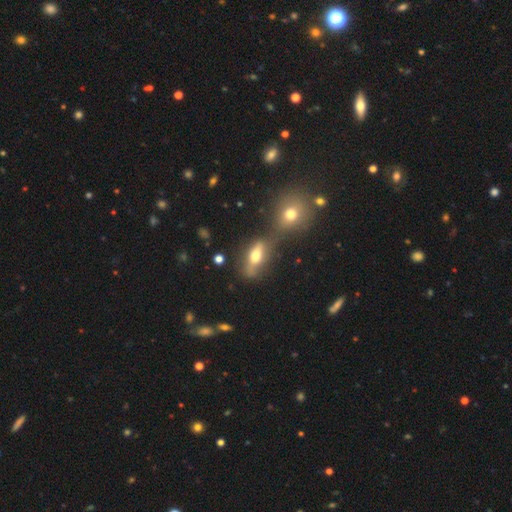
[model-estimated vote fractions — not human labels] smooth 55%, featured or disk 32%, star or artifact 13%. Down the decision tree: how rounded — in between (74%); merging — none (42%).